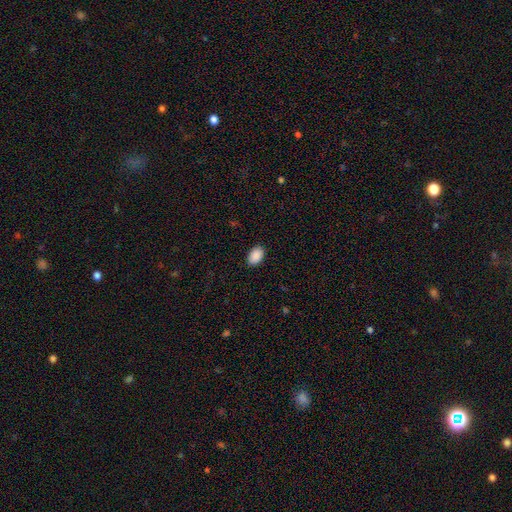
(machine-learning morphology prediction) Smooth or featured?
  - smooth: 91% *
  - star or artifact: 7%
  - featured or disk: 3%
How rounded?
  - in between: 90% *
  - round: 9%
  - cigar-shaped: 1%
Merging?
  - none: 89% *
  - minor disturbance: 8%
  - major disturbance: 2%
  - merger: 1%